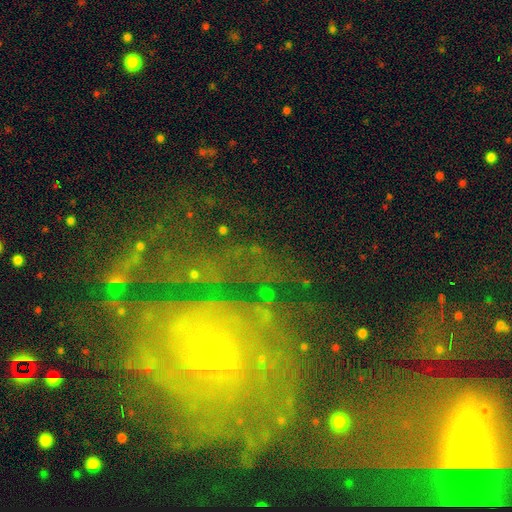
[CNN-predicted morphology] Smooth or featured: featured or disk — 77% (star or artifact — 13%)
Edge-on disk: no — 96% (yes — 4%)
Bar: no — 65% (weak — 23%)
Spiral arms: yes — 94% (no — 6%)
Spiral winding: tight — 72% (medium — 22%)
Spiral arm count: can't tell — 29% (2 — 21%)
Bulge size: small — 84% (moderate — 10%)
Merging: none — 68% (minor disturbance — 16%)